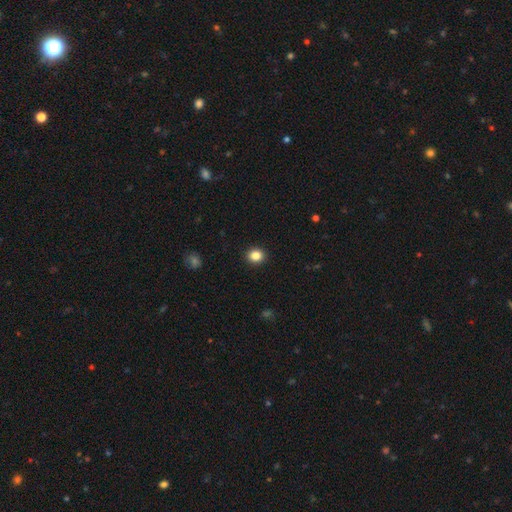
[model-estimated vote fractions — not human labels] Morphology: type=smooth (85%); roundness=round (76%); merging=none (92%).